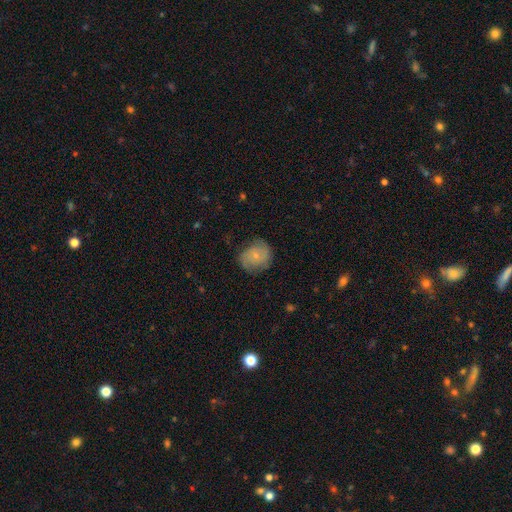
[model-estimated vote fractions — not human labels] Smooth or featured: smooth — 47% (featured or disk — 46%)
Merging: none — 70% (minor disturbance — 22%)